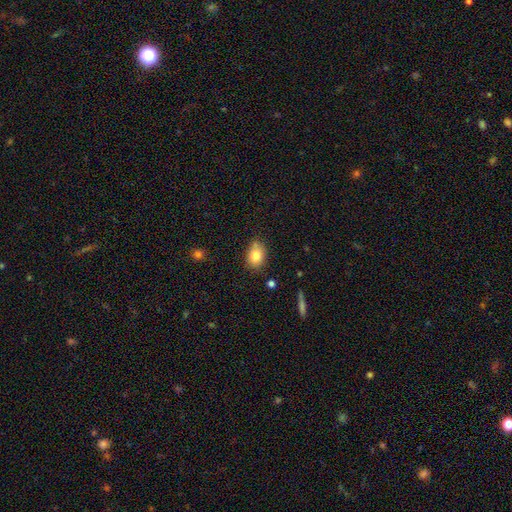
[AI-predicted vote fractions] A smooth galaxy with no disk features (80%) that is in between round and cigar-shaped (64%). Merging: none (74%).